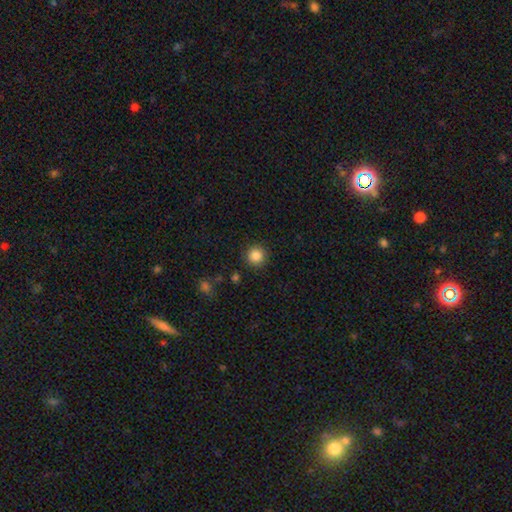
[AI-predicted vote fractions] Q: Smooth or featured?
A: smooth (85%); runner-up: star or artifact (10%)
Q: How rounded?
A: round (95%); runner-up: in between (4%)
Q: Merging?
A: none (91%); runner-up: minor disturbance (6%)